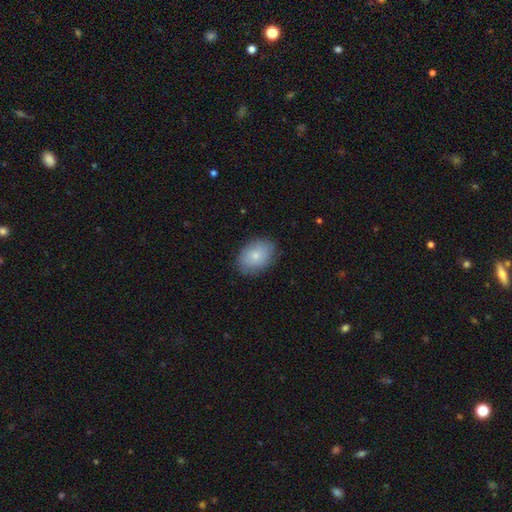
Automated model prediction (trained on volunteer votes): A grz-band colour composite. It shows a smooth galaxy with no disk features (77%) that is in between round and cigar-shaped (76%). Merging: none (82%).